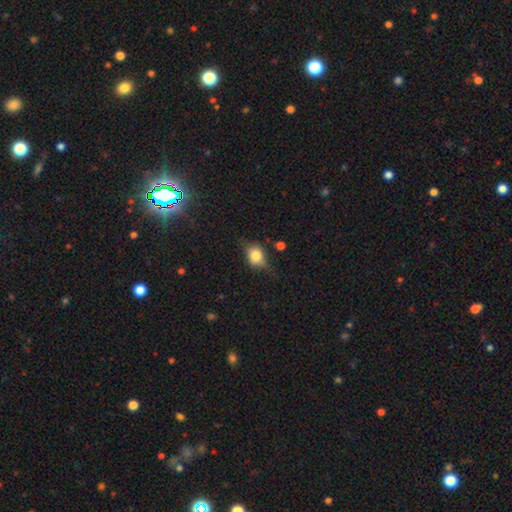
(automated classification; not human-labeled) Q: Smooth or featured?
A: smooth (63%); runner-up: featured or disk (27%)
Q: How rounded?
A: in between (57%); runner-up: round (40%)
Q: Merging?
A: none (60%); runner-up: minor disturbance (28%)